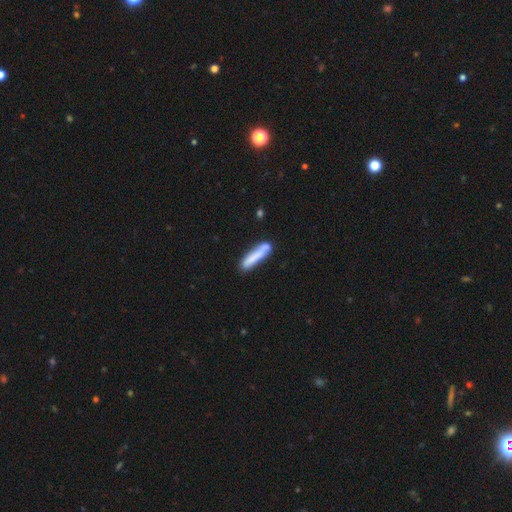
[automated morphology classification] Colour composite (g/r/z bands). It shows a smooth galaxy with no disk features (75%) that is cigar-shaped (88%). Merging: none (72%).